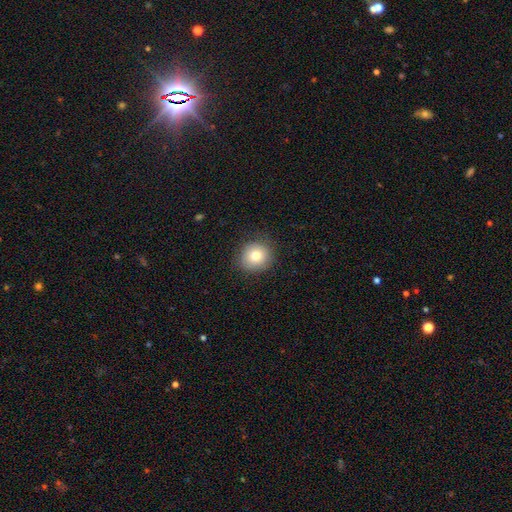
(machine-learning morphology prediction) Smooth or featured: smooth — 78% (featured or disk — 12%)
How rounded: round — 88% (in between — 11%)
Merging: none — 87% (minor disturbance — 10%)